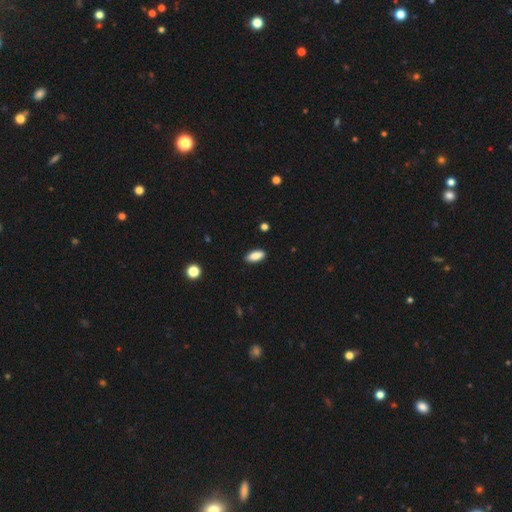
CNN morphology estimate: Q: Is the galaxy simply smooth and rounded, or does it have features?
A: smooth — 86%.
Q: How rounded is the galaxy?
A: in between — 81%.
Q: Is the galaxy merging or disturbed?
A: none — 87%.